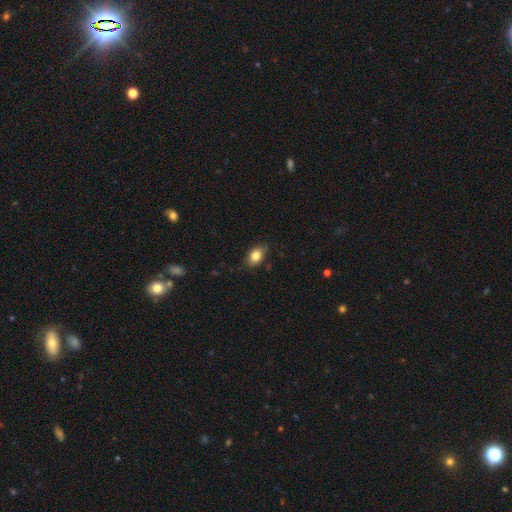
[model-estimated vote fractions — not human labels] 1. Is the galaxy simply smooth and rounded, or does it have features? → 83% smooth, 8% star or artifact, 8% featured or disk.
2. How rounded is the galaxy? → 81% in between, 17% round, 2% cigar-shaped.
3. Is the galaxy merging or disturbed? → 78% none, 17% minor disturbance, 3% major disturbance, 1% merger.